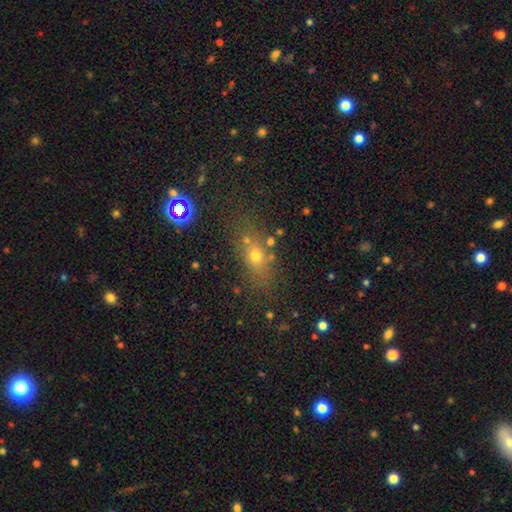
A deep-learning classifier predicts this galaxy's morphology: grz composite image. It shows a smooth galaxy with no disk features (61%) that is in between round and cigar-shaped (56%). Merging: none (67%).